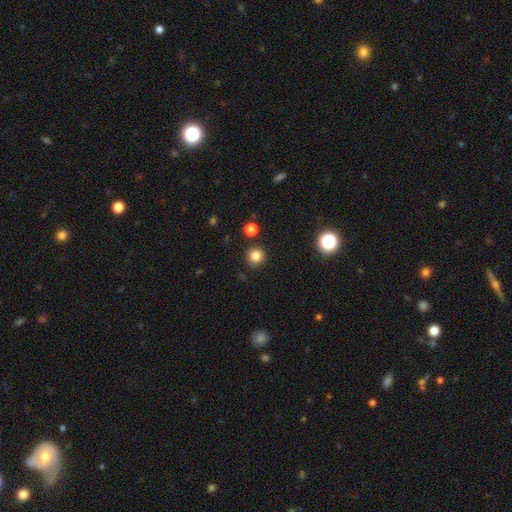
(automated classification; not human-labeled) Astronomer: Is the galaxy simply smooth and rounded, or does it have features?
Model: smooth — 82%.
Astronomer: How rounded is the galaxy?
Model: round — 94%.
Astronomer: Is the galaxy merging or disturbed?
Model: none — 88%.